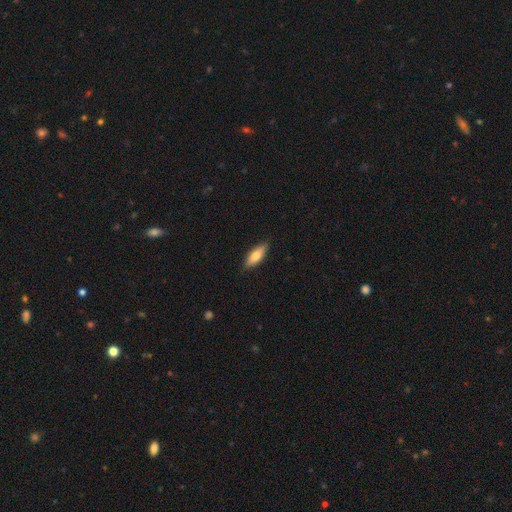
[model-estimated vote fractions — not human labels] smooth-or-featured: smooth: 74% | featured or disk: 20% | star or artifact: 6%
  how-rounded: in between: 64% | cigar-shaped: 33% | round: 2%
  merging: none: 85% | minor disturbance: 12% | major disturbance: 2% | merger: 1%